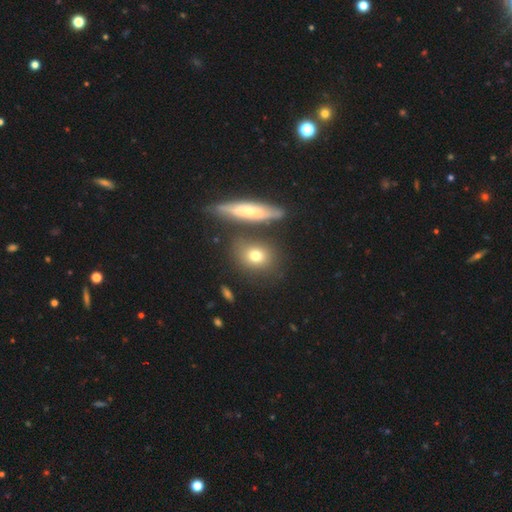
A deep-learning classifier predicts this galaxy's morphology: The model was most divided on "how rounded": round: 59%, in between: 35%, cigar-shaped: 6%. More confident: smooth or featured — smooth (71%); merging — none (69%).